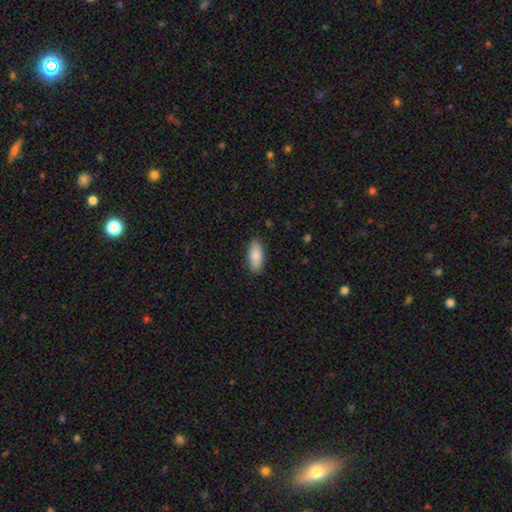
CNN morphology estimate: This appears to be a smooth galaxy with no disk features (86%) that is in between round and cigar-shaped (82%). Merging: none (87%).